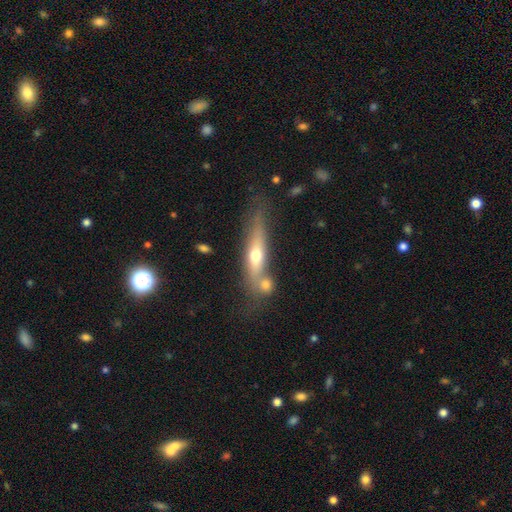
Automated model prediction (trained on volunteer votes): The model was most divided on "smooth or featured" (2-way tie): featured or disk: 47%, smooth: 47%, star or artifact: 7%. Remaining: merging — none (46%).